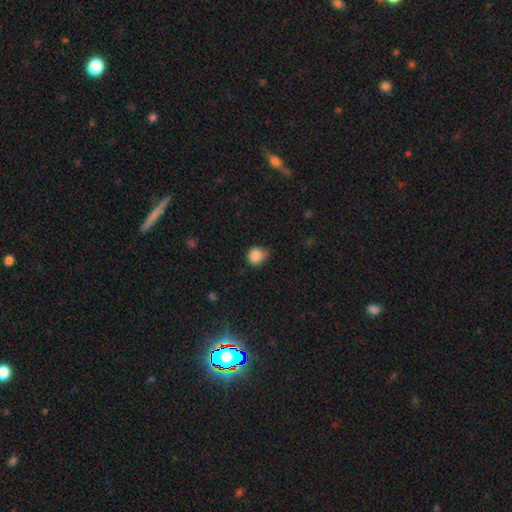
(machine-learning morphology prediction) Smooth or featured?
  - smooth: 86% *
  - star or artifact: 10%
  - featured or disk: 4%
How rounded?
  - round: 81% *
  - in between: 18%
  - cigar-shaped: 1%
Merging?
  - none: 53% *
  - minor disturbance: 38%
  - major disturbance: 7%
  - merger: 2%